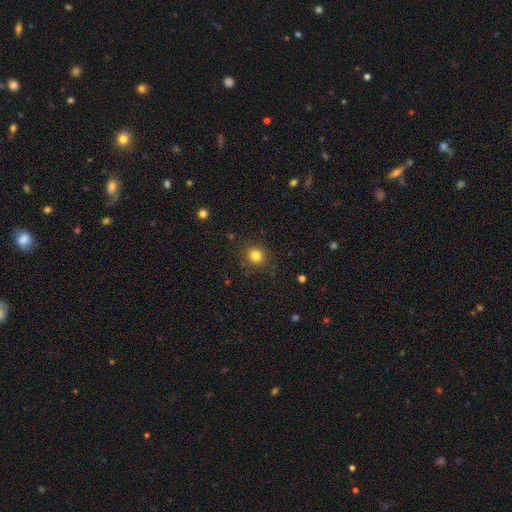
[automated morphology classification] The model was most divided on "smooth or featured": smooth: 82%, star or artifact: 13%, featured or disk: 5%. More confident: merging — none (88%); how rounded — round (85%).